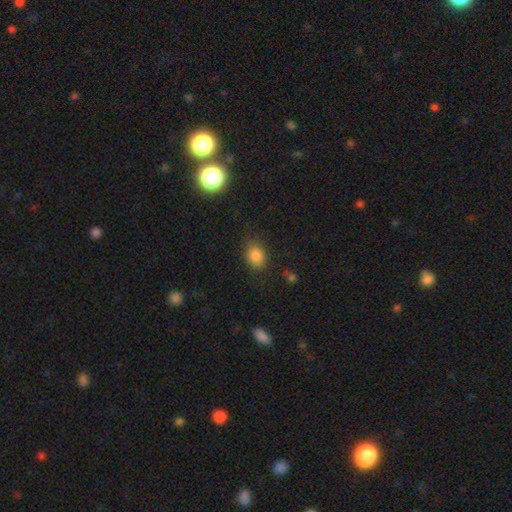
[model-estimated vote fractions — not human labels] smooth 83%, star or artifact 11%, featured or disk 5%. Down the decision tree: how rounded — in between (60%); merging — none (79%).